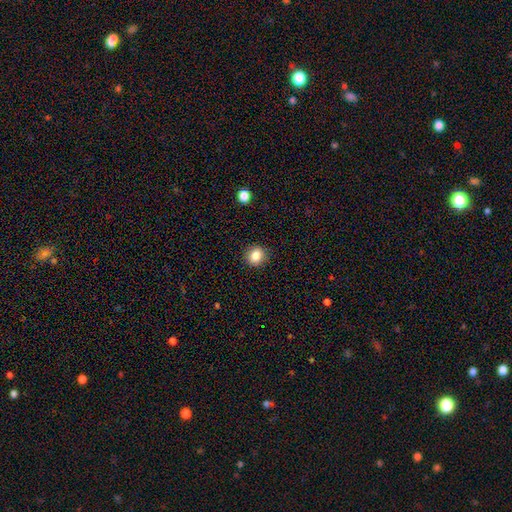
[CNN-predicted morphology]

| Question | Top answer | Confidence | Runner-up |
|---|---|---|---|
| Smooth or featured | smooth | 84% | star or artifact (10%) |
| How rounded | round | 83% | in between (17%) |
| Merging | none | 90% | minor disturbance (7%) |